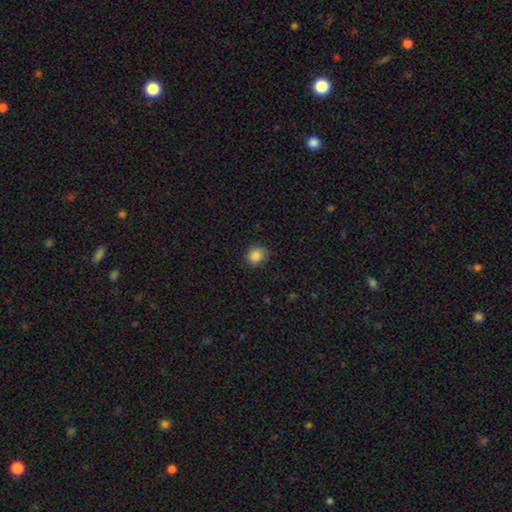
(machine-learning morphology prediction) A smooth galaxy with no disk features (87%) that is round (80%). Merging: none (84%).